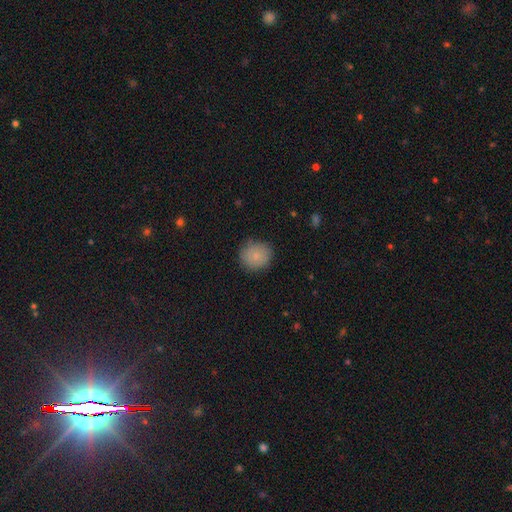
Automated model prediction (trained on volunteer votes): Smooth or featured: smooth — 83% (featured or disk — 9%)
How rounded: round — 82% (in between — 17%)
Merging: none — 81% (minor disturbance — 14%)